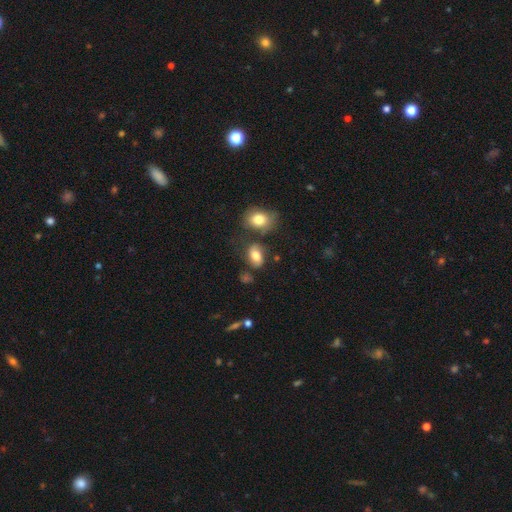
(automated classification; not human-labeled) Smooth or featured?
  - smooth: 70% *
  - featured or disk: 20%
  - star or artifact: 10%
How rounded?
  - in between: 82% *
  - round: 16%
  - cigar-shaped: 2%
Merging?
  - none: 60% *
  - minor disturbance: 19%
  - merger: 12%
  - major disturbance: 8%